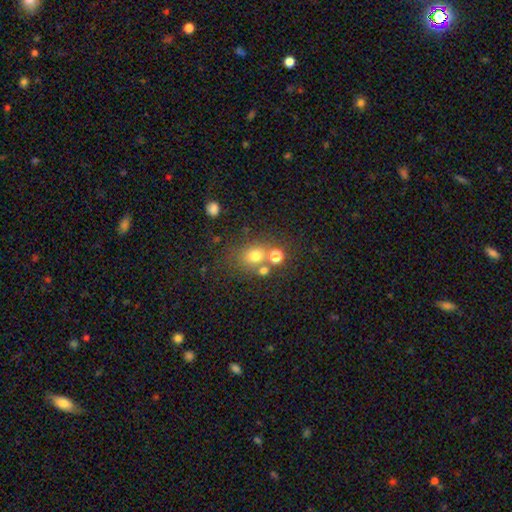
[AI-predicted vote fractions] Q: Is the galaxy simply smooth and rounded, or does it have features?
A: smooth — 69%.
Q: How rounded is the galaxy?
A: round — 64%.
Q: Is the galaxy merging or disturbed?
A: none — 59%.